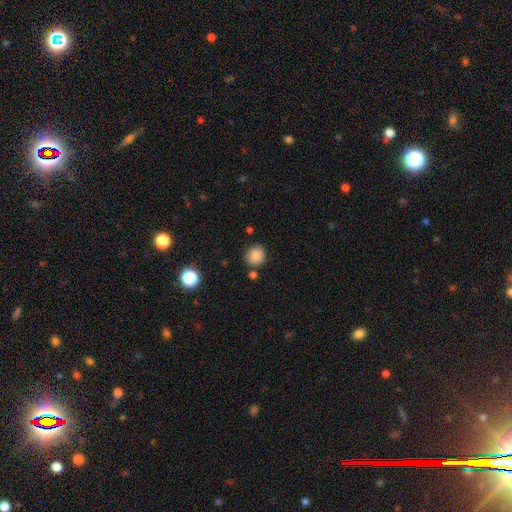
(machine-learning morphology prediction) Smooth or featured?
  - smooth: 85% *
  - star or artifact: 10%
  - featured or disk: 4%
How rounded?
  - round: 87% *
  - in between: 12%
  - cigar-shaped: 1%
Merging?
  - none: 81% *
  - minor disturbance: 10%
  - merger: 6%
  - major disturbance: 3%